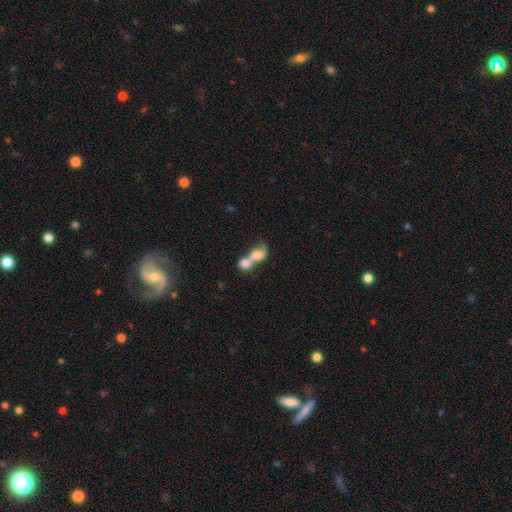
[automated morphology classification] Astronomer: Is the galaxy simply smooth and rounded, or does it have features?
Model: smooth — 60%.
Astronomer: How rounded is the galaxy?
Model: in between — 57% (runner-up: round, 38%).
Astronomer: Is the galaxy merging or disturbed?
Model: merger — 80%.